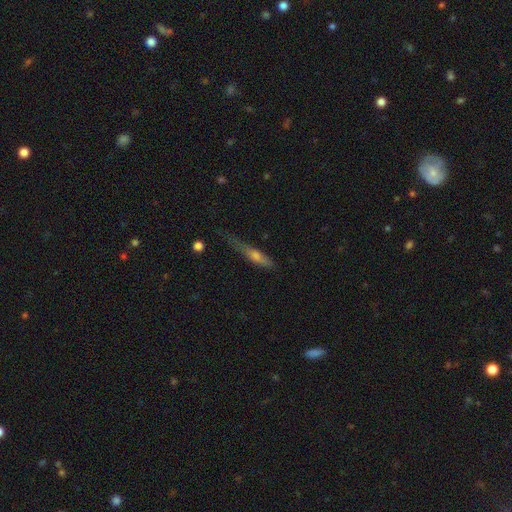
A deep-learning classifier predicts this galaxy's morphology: Q: Smooth or featured?
A: smooth (50%); runner-up: featured or disk (41%)
Q: How rounded?
A: cigar-shaped (83%); runner-up: in between (14%)
Q: Merging?
A: none (47%); runner-up: minor disturbance (33%)